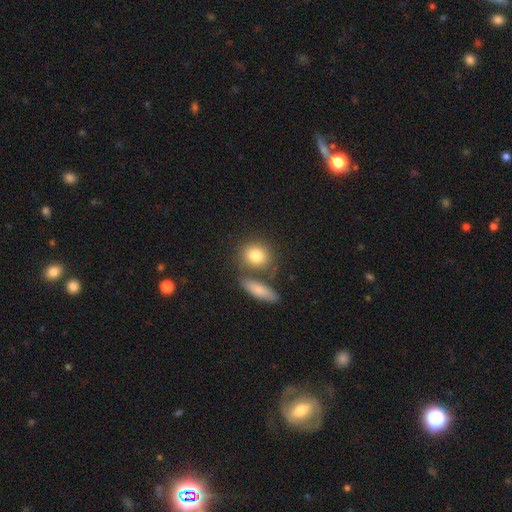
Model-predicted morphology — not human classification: Overall: smooth (81%). How rounded: round (69%). Merging: none (64%).